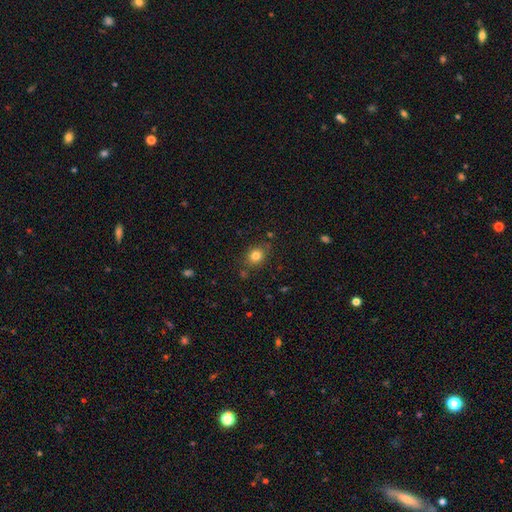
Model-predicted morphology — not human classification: Smooth or featured: smooth — 81% (star or artifact — 12%)
How rounded: round — 67% (in between — 32%)
Merging: none — 79% (minor disturbance — 13%)